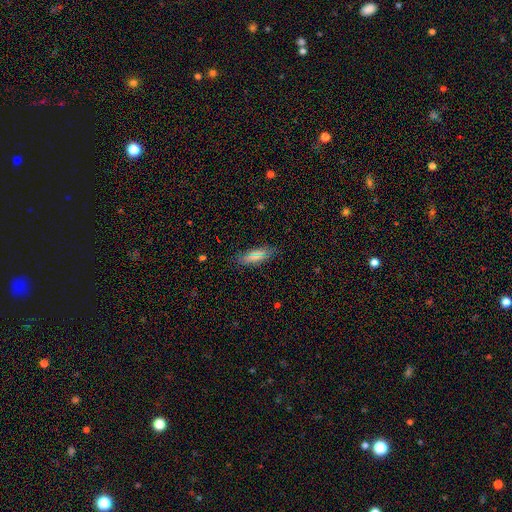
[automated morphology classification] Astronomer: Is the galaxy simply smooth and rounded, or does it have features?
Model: smooth — 73%.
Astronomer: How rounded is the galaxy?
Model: in between — 69%.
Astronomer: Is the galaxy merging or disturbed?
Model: none — 84%.